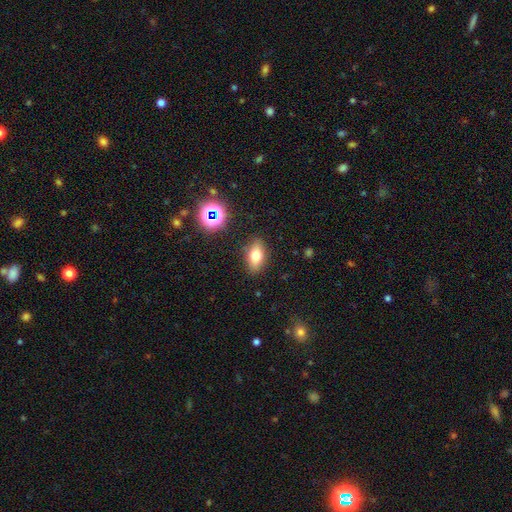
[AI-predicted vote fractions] This appears to be a smooth galaxy with no disk features (71%) that is in between round and cigar-shaped (82%). Merging: none (85%).